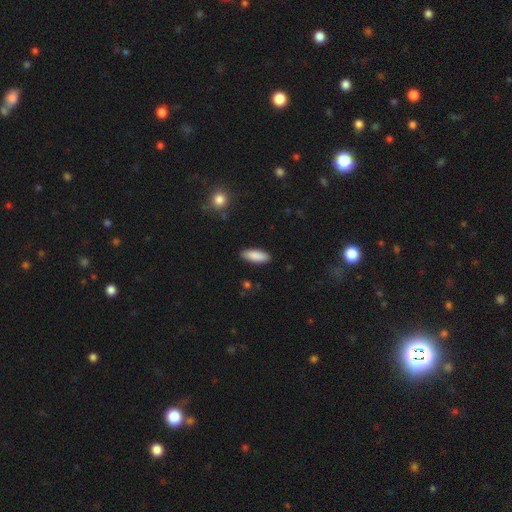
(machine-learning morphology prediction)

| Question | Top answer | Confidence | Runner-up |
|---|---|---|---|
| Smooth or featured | smooth | 88% | featured or disk (6%) |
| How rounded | in between | 71% | cigar-shaped (27%) |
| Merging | none | 88% | minor disturbance (9%) |